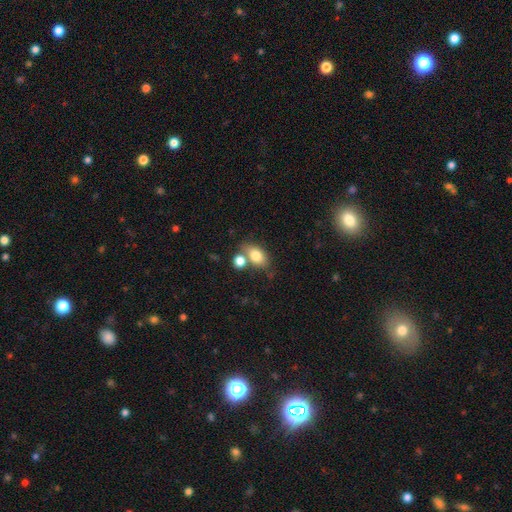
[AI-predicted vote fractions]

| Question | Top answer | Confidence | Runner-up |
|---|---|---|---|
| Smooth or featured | smooth | 79% | featured or disk (12%) |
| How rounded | in between | 80% | round (18%) |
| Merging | none | 52% | merger (30%) |